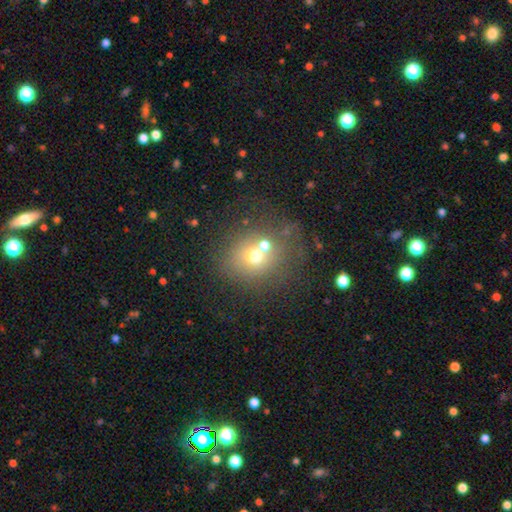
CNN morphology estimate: Q: Smooth or featured?
A: smooth (61%); runner-up: featured or disk (21%)
Q: How rounded?
A: round (77%); runner-up: in between (22%)
Q: Merging?
A: none (51%); runner-up: merger (30%)